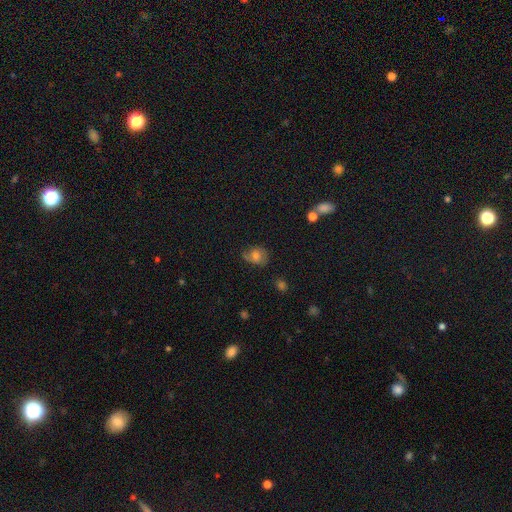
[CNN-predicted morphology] Smooth or featured? smooth (59%)
How rounded? in between (51%)
Merging? none (59%)